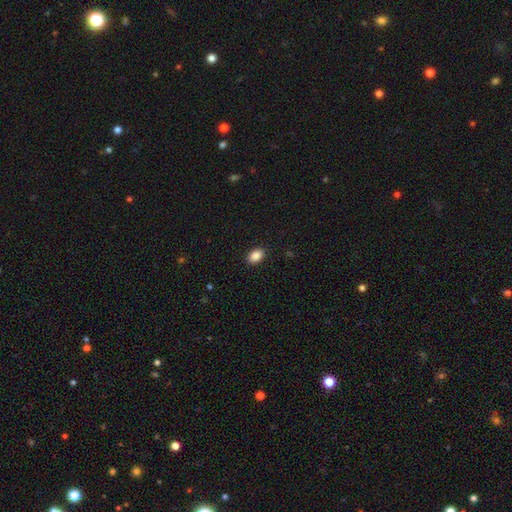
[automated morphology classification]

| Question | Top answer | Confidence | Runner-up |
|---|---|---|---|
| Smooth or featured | smooth | 89% | star or artifact (8%) |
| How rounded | in between | 85% | round (14%) |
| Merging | none | 90% | minor disturbance (7%) |